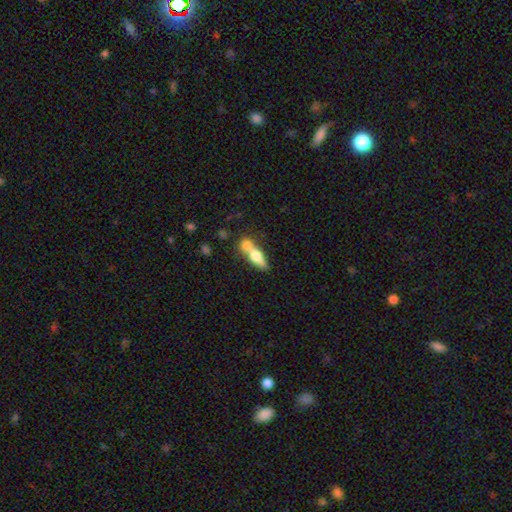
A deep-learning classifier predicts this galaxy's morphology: Smooth or featured: smooth — 59% (featured or disk — 34%)
How rounded: in between — 54% (cigar-shaped — 39%)
Merging: merger — 54% (none — 31%)